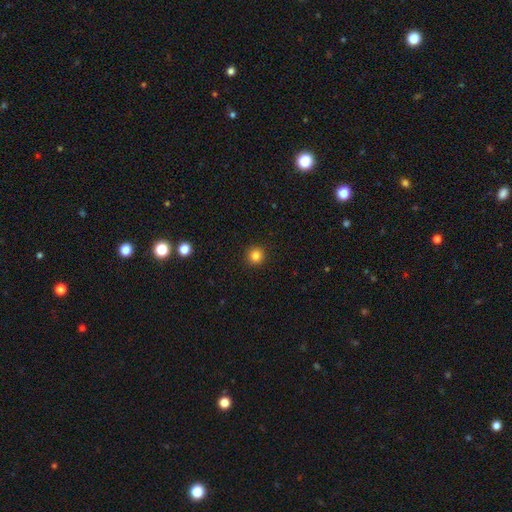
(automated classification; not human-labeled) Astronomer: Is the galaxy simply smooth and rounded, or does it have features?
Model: smooth — 83%.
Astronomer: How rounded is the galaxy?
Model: round — 95%.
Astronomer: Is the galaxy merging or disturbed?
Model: none — 93%.